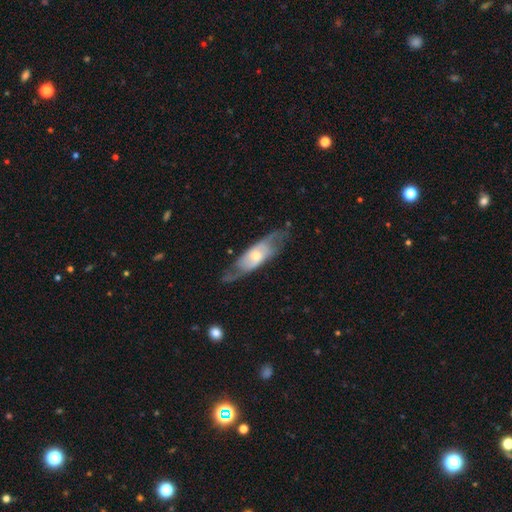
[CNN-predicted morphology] A featured or disk galaxy (67%) with no bar (65%), spiral arms (73%) and a moderate central bulge (47%). Merging: none (63%).